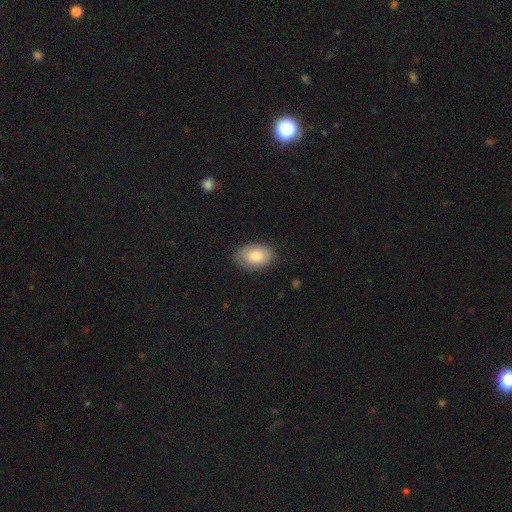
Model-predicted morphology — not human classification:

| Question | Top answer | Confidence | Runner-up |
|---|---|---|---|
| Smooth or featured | smooth | 81% | featured or disk (13%) |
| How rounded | in between | 88% | round (11%) |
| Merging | none | 80% | minor disturbance (16%) |